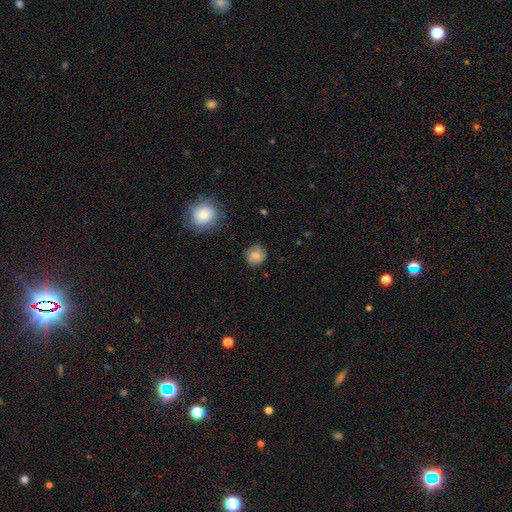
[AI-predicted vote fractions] smooth 57%, featured or disk 33%, star or artifact 10%. Down the decision tree: how rounded — round (85%); merging — none (80%).